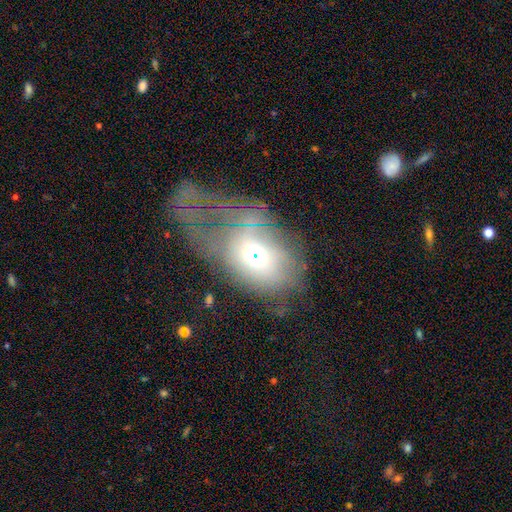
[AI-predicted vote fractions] smooth-or-featured: smooth: 52% | featured or disk: 33% | star or artifact: 15%
  how-rounded: in between: 69% | round: 29% | cigar-shaped: 2%
  merging: major disturbance: 57% | none: 17% | minor disturbance: 15% | merger: 11%